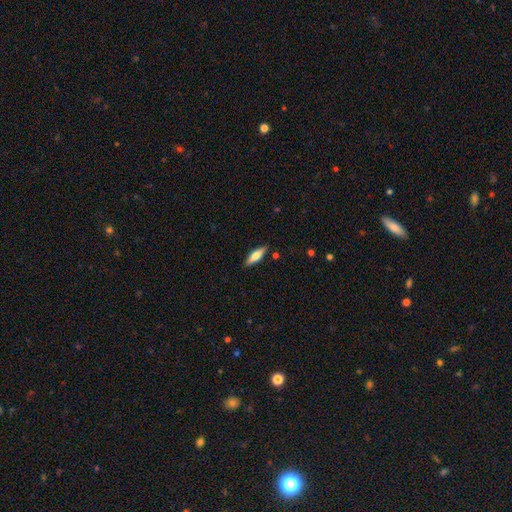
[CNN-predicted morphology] smooth 56%, featured or disk 38%, star or artifact 6%. Down the decision tree: how rounded — cigar-shaped (55%); merging — none (87%).